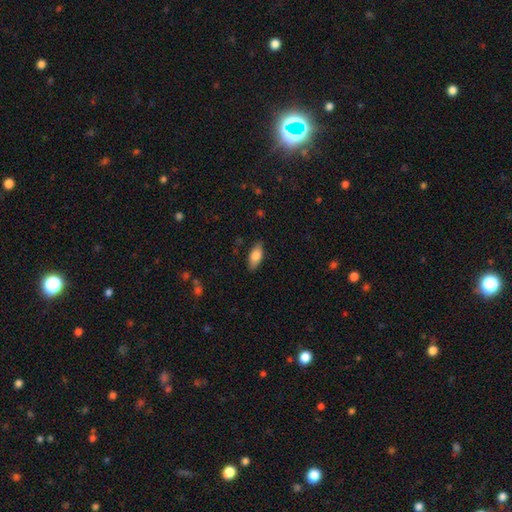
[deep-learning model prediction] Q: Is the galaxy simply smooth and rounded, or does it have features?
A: smooth — 78%.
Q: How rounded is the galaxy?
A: in between — 85%.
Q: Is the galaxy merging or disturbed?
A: none — 85%.